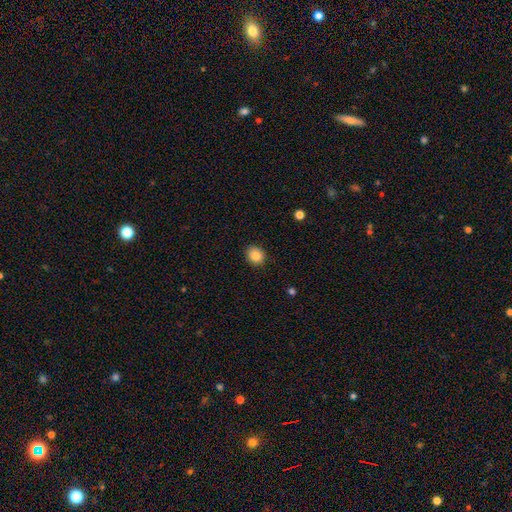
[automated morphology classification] smooth-or-featured: smooth: 86% | star or artifact: 9% | featured or disk: 4%
  how-rounded: round: 73% | in between: 26% | cigar-shaped: 1%
  merging: none: 90% | minor disturbance: 7% | major disturbance: 2% | merger: 1%